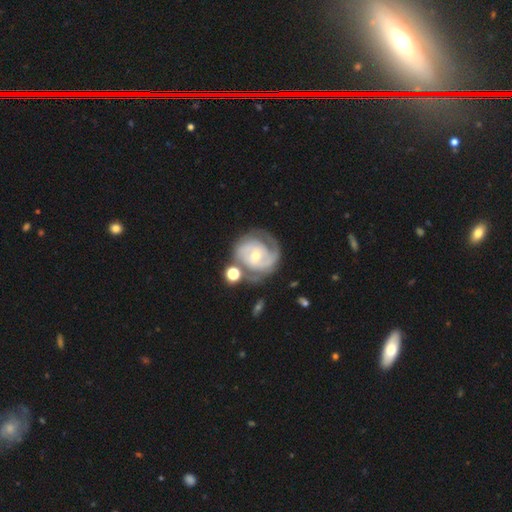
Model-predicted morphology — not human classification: A featured or disk galaxy (83%) with no bar (61%), 2 (59%) tight (53%) spiral arms (92%) and a small central bulge (53%). Merging: none (58%).